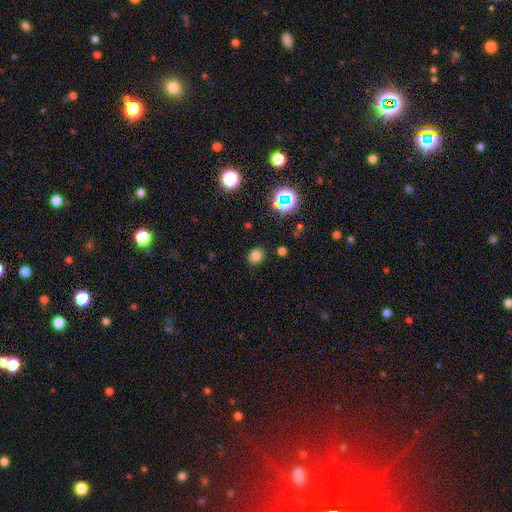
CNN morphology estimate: smooth_or_featured: smooth (p=0.76) [alt: star or artifact p=0.19]
how_rounded: round (p=0.69) [alt: in between p=0.30]
merging: none (p=0.84) [alt: minor disturbance p=0.11]